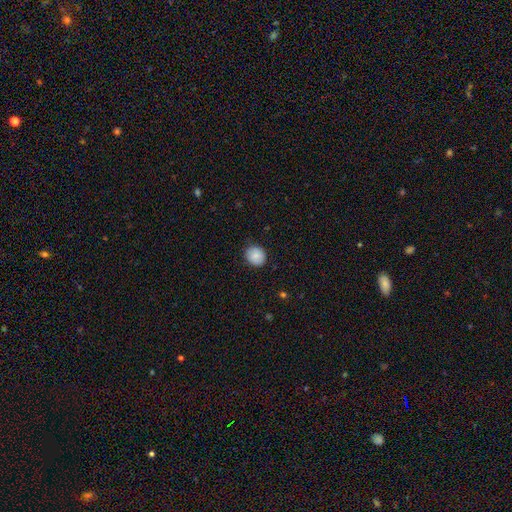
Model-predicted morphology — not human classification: type=smooth (86%); roundness=round (73%); merging=none (82%).